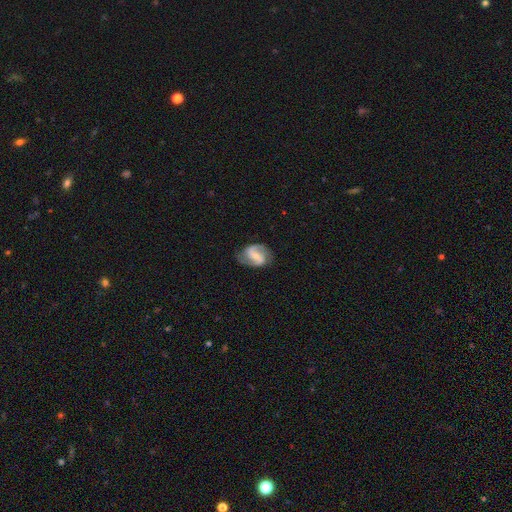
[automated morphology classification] type=featured or disk (82%); edge-on=no (98%); bar=weak (45%); spiral arms=yes (95%); winding=medium (49%); arm count=2 (90%); bulge=small (56%); merging=none (74%).